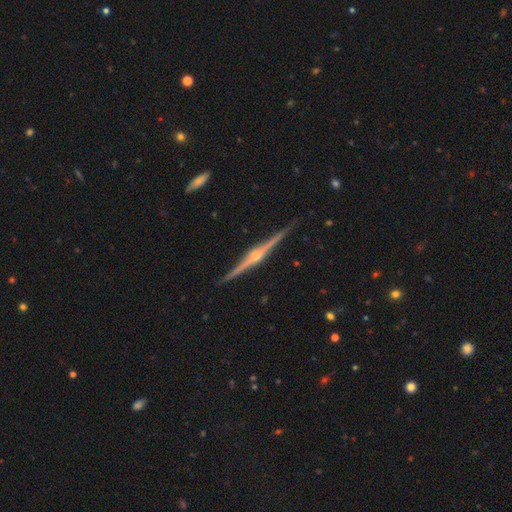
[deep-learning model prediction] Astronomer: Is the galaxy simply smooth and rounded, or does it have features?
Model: featured or disk — 89%.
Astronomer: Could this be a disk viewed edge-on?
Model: yes — 99%.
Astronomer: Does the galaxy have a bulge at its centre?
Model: rounded — 88%.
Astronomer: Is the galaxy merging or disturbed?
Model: none — 91%.